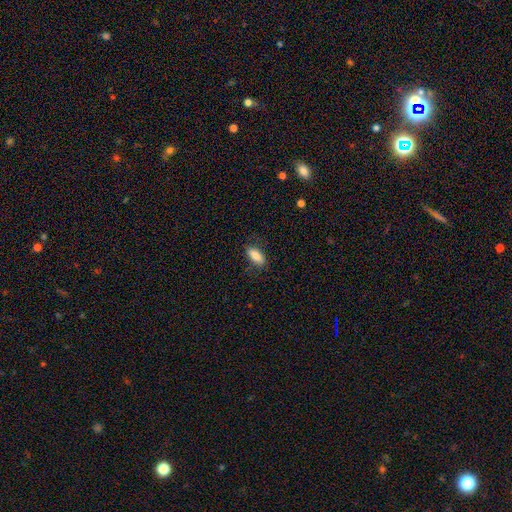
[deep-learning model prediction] Morphology: type=smooth (84%); roundness=in between (81%); merging=none (79%).